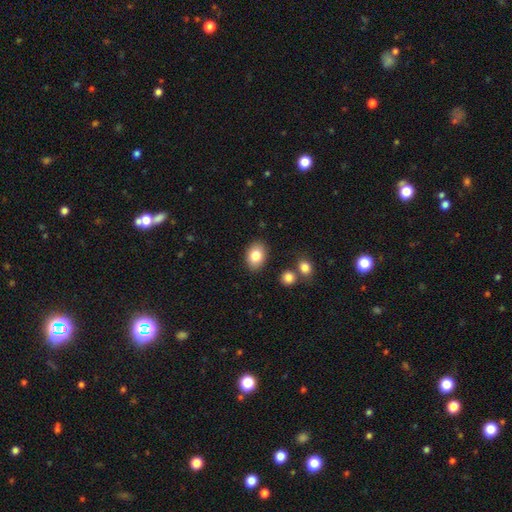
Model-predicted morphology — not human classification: smooth_or_featured: smooth (p=0.82) [alt: featured or disk p=0.10]
how_rounded: in between (p=0.76) [alt: round p=0.23]
merging: none (p=0.86) [alt: minor disturbance p=0.09]